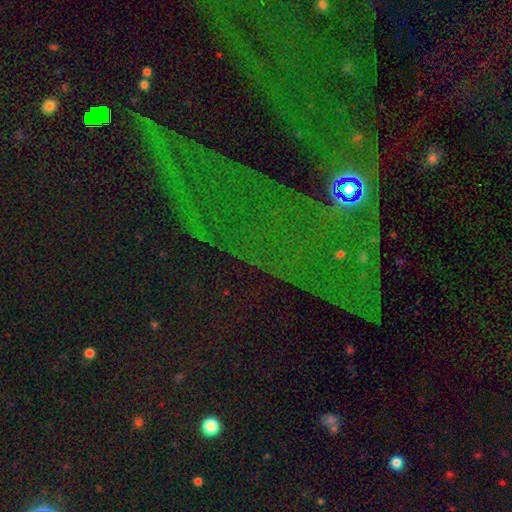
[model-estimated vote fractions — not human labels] Overall: star or artifact (79%).